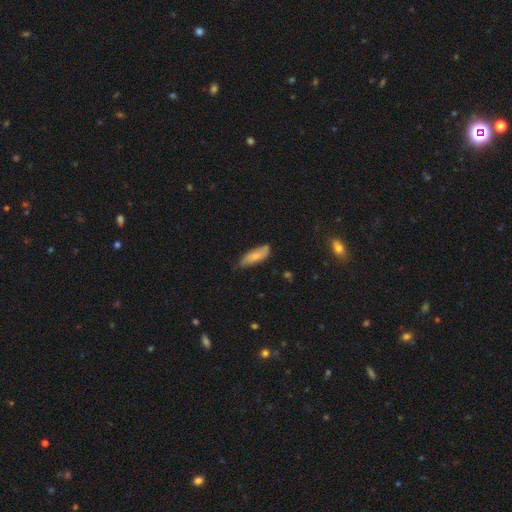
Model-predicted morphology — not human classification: smooth 71%, featured or disk 22%, star or artifact 6%. Down the decision tree: how rounded — in between (65%); merging — none (66%).